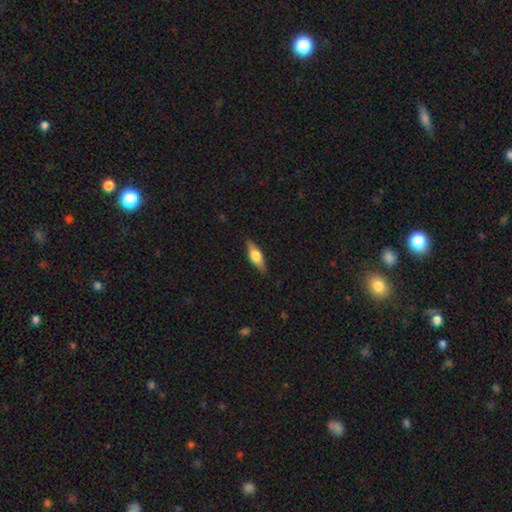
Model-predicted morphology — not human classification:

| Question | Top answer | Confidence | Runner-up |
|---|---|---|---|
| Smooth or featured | smooth | 48% | featured or disk (46%) |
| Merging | none | 86% | minor disturbance (10%) |